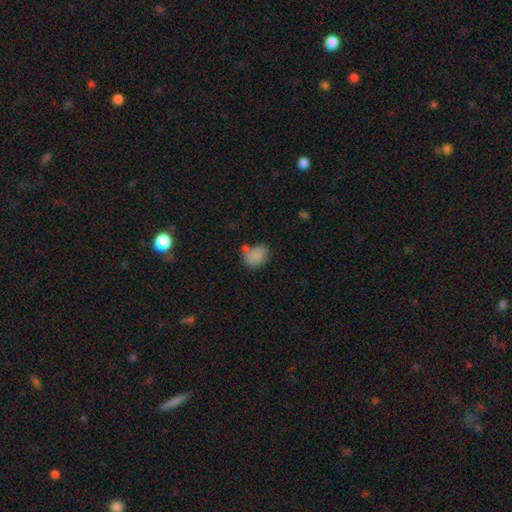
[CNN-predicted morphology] Q: Smooth or featured?
A: smooth (80%); runner-up: star or artifact (10%)
Q: How rounded?
A: in between (64%); runner-up: round (34%)
Q: Merging?
A: none (48%); runner-up: minor disturbance (26%)